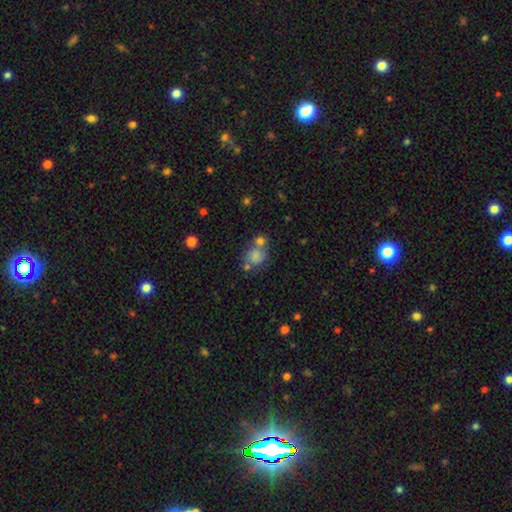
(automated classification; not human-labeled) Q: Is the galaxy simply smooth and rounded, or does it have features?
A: smooth — 71%.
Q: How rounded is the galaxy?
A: round — 56%.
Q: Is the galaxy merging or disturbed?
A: none — 42%.